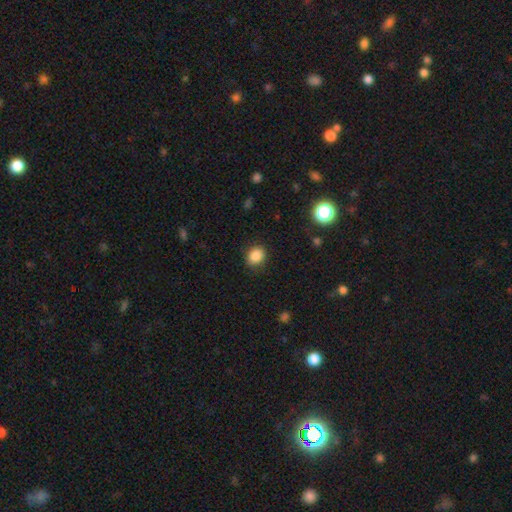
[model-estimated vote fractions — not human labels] Smooth or featured? smooth (86%)
How rounded? round (57%)
Merging? none (85%)